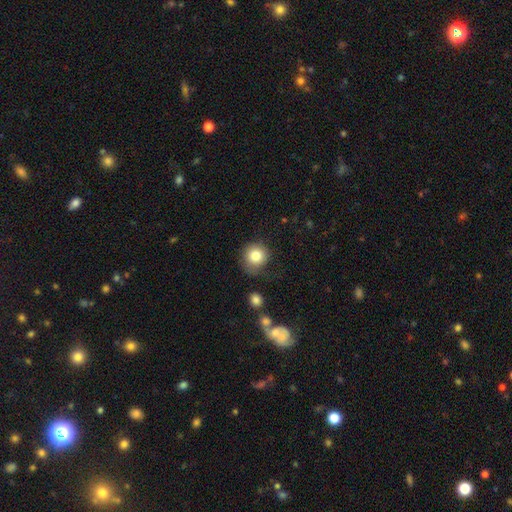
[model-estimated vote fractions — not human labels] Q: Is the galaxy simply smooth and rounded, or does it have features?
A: smooth — 82%.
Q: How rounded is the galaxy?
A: round — 89%.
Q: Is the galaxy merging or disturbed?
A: none — 66%.